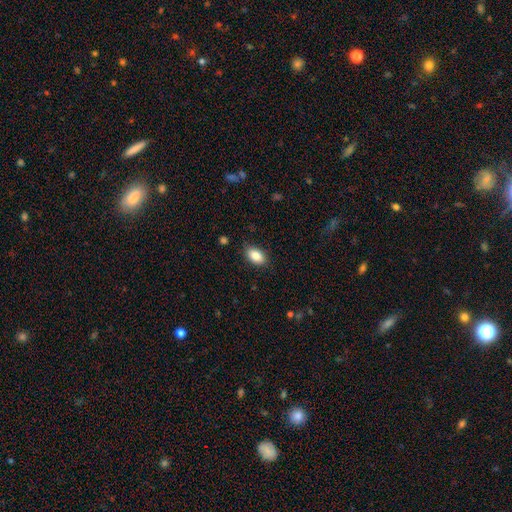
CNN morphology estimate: Smooth or featured?
  - smooth: 86% *
  - star or artifact: 7%
  - featured or disk: 7%
How rounded?
  - in between: 91% *
  - round: 6%
  - cigar-shaped: 2%
Merging?
  - none: 85% *
  - minor disturbance: 11%
  - major disturbance: 2%
  - merger: 1%